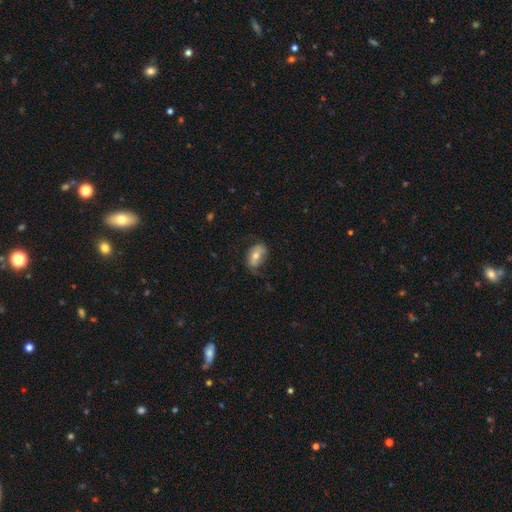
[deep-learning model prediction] A smooth galaxy with no disk features (60%) that is in between round and cigar-shaped (89%). Merging: none (58%).